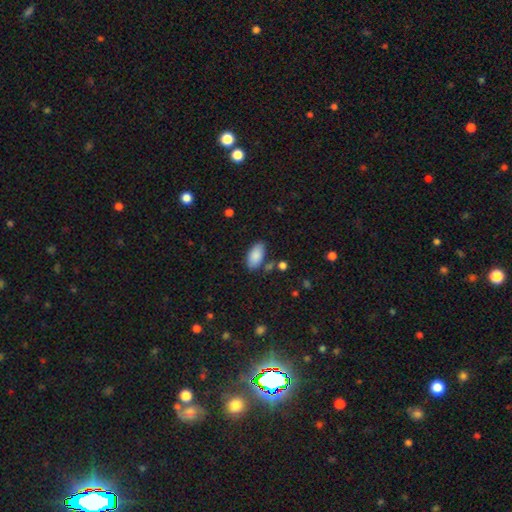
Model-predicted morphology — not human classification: This is clearly a smooth galaxy (87%). How rounded: clearly in between (94%). Merging: likely none (78%).